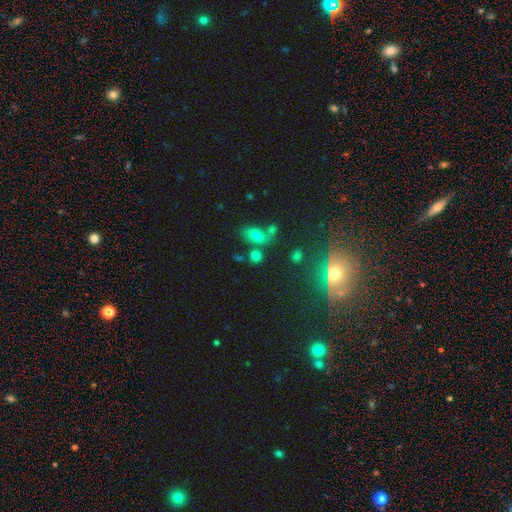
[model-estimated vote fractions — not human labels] The model was most divided on "how rounded": in between: 60%, round: 35%, cigar-shaped: 5%. More confident: smooth or featured — smooth (68%); merging — none (57%).